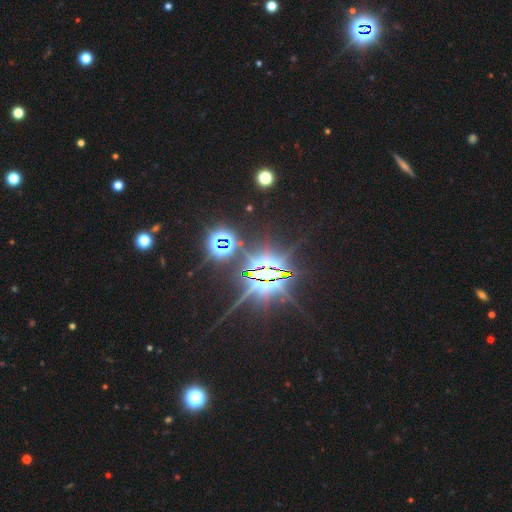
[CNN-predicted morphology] smooth-or-featured: star or artifact: 85% | smooth: 8% | featured or disk: 7%